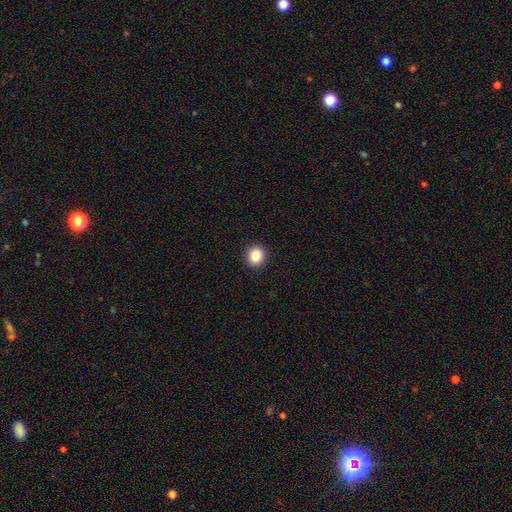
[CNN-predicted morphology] smooth-or-featured: smooth: 86% | star or artifact: 10% | featured or disk: 4%
  how-rounded: round: 90% | in between: 9% | cigar-shaped: 1%
  merging: none: 93% | minor disturbance: 4% | major disturbance: 2% | merger: 1%